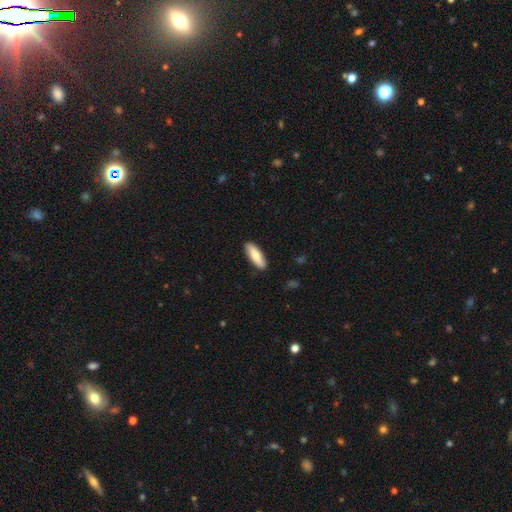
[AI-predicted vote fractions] This is likely a smooth galaxy (76%). How rounded: possibly in between (51%). Merging: clearly none (89%).